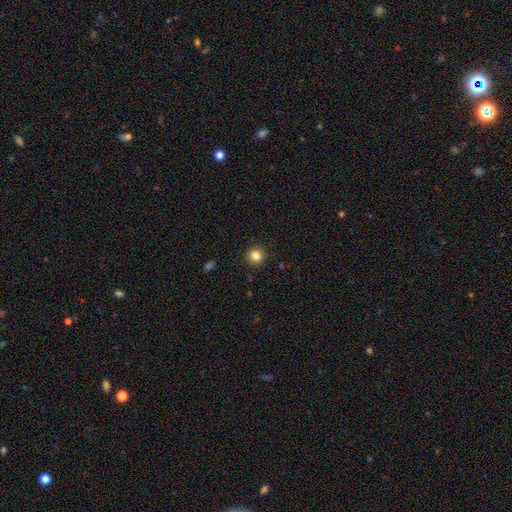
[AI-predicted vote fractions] The model was most divided on "smooth or featured": smooth: 83%, star or artifact: 12%, featured or disk: 5%. More confident: how rounded — round (94%); merging — none (91%).